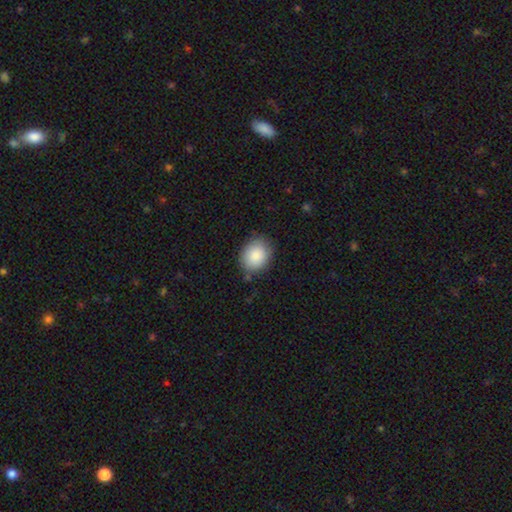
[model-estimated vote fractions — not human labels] Morphology: type=smooth (86%); roundness=in between (50%); merging=none (82%).